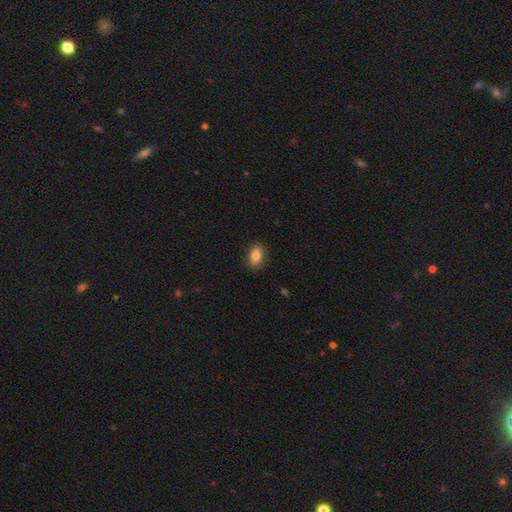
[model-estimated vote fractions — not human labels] A smooth galaxy with no disk features (81%) that is in between round and cigar-shaped (87%). Merging: none (84%).